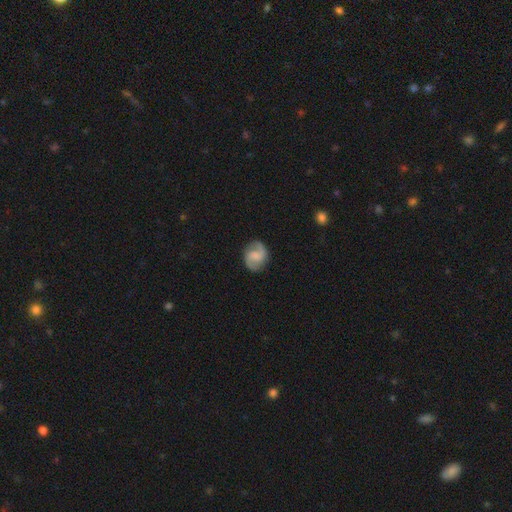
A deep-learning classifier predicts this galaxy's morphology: smooth-or-featured: featured or disk: 76% | smooth: 18% | star or artifact: 6%
  disk-edge-on: no: 98% | yes: 2%
    bar: weak: 46% | no: 44% | strong: 10%
    has-spiral-arms: yes: 96% | no: 4%
      spiral-winding: medium: 53% | loose: 25% | tight: 22%
      spiral-arm-count: 2: 91% | can't tell: 3% | 1: 3% | 3: 1% | 4: 1% | more than 4: 1%
    bulge-size: none: 42% | small: 27% | moderate: 24% | large: 6% | dominant: 1%
  merging: none: 83% | minor disturbance: 12% | major disturbance: 4% | merger: 1%